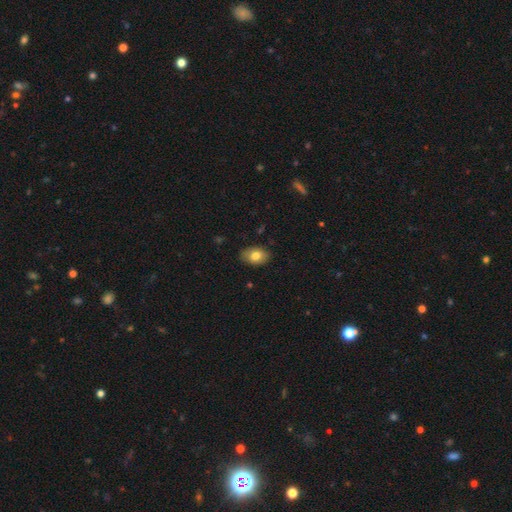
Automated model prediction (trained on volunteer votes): Q: Smooth or featured?
A: smooth (78%); runner-up: featured or disk (14%)
Q: How rounded?
A: in between (85%); runner-up: round (14%)
Q: Merging?
A: none (85%); runner-up: minor disturbance (12%)